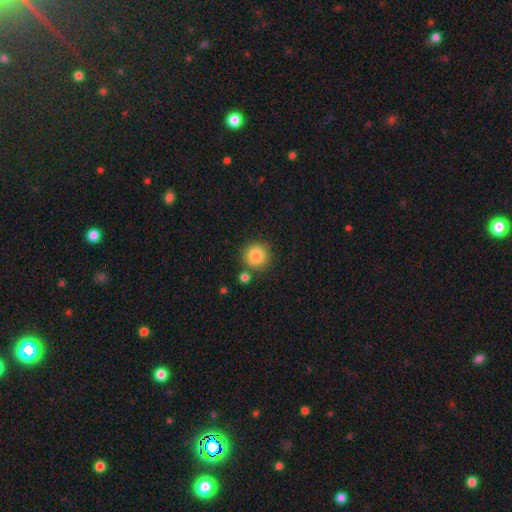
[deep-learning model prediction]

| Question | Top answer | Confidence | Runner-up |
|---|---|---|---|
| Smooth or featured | smooth | 86% | star or artifact (9%) |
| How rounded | round | 93% | in between (6%) |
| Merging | none | 80% | minor disturbance (10%) |